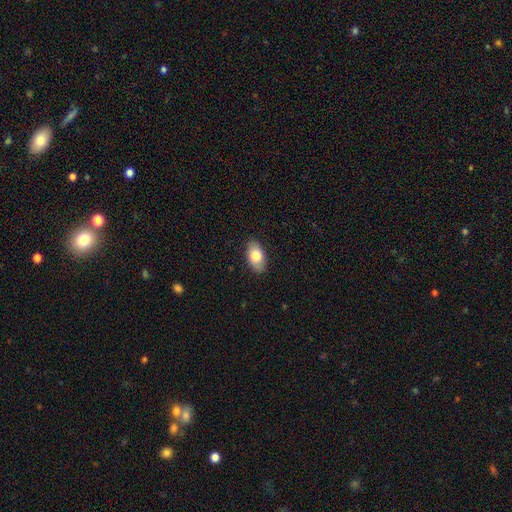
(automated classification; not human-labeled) smooth_or_featured: smooth (p=0.79) [alt: featured or disk p=0.14]
how_rounded: in between (p=0.92) [alt: round p=0.06]
merging: none (p=0.87) [alt: minor disturbance p=0.10]